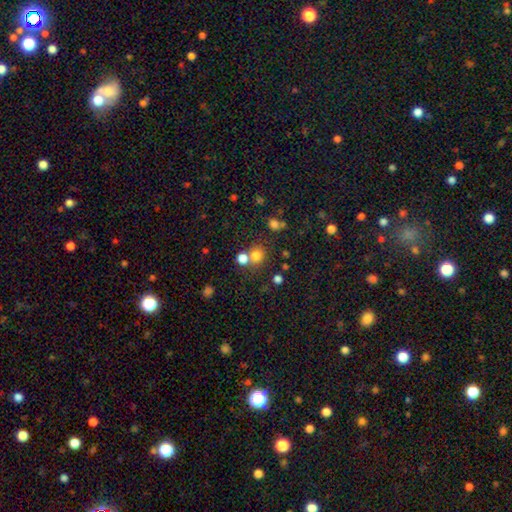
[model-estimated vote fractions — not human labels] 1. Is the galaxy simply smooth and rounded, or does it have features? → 75% smooth, 17% star or artifact, 8% featured or disk.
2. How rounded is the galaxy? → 84% round, 15% in between, 1% cigar-shaped.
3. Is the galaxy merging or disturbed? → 61% none, 27% merger, 8% minor disturbance, 4% major disturbance.